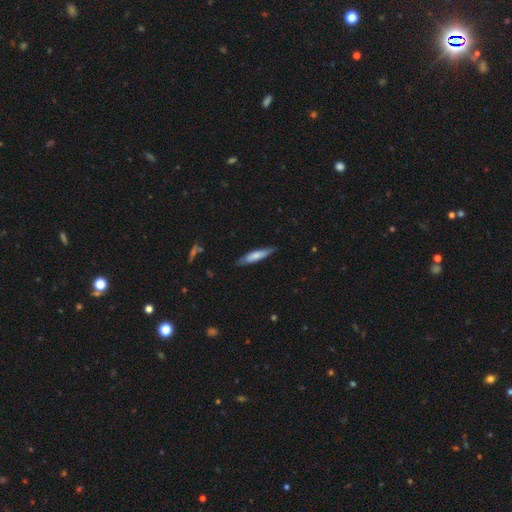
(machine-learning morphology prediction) Q: Smooth or featured?
A: smooth (65%); runner-up: featured or disk (30%)
Q: How rounded?
A: cigar-shaped (81%); runner-up: in between (17%)
Q: Merging?
A: none (79%); runner-up: minor disturbance (17%)